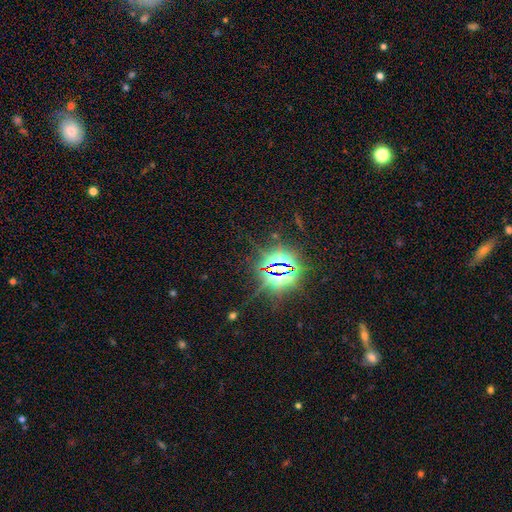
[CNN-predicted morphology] Q: Smooth or featured?
A: star or artifact (82%); runner-up: smooth (11%)